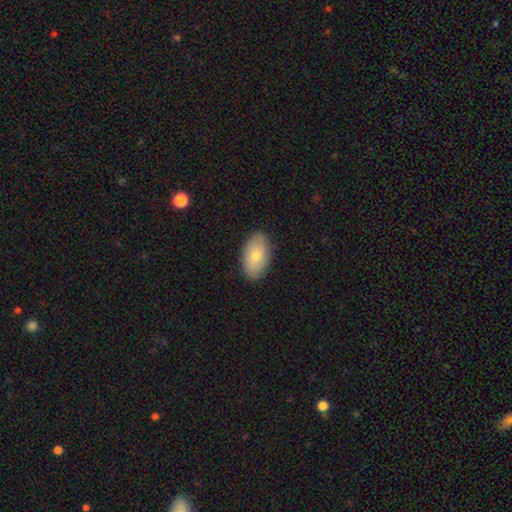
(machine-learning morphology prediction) A smooth galaxy with no disk features (75%) that is in between round and cigar-shaped (94%).

Vote fractions:
- Smooth or featured? smooth: 75% / featured or disk: 18% / star or artifact: 7%
- How rounded? in between: 94% / round: 5% / cigar-shaped: 2%
- Merging? none: 88% / minor disturbance: 9% / major disturbance: 2% / merger: 1%